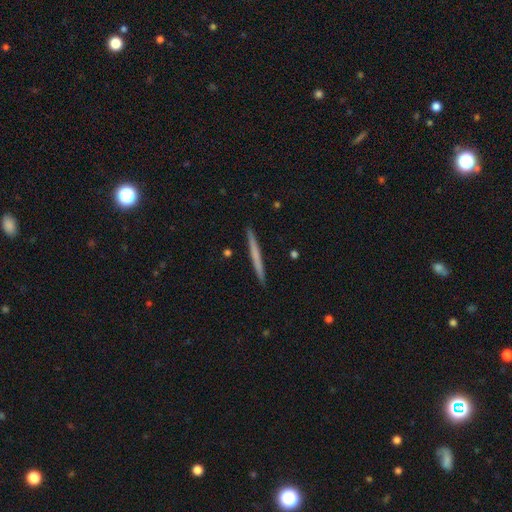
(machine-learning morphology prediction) smooth 55%, featured or disk 40%, star or artifact 5%. Down the decision tree: how rounded — cigar-shaped (97%); merging — none (93%).